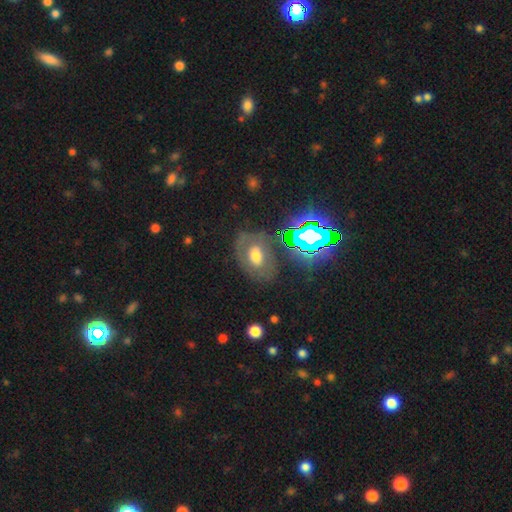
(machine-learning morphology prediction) Q: Smooth or featured?
A: smooth (40%); runner-up: featured or disk (39%)
Q: Merging?
A: none (67%); runner-up: minor disturbance (18%)